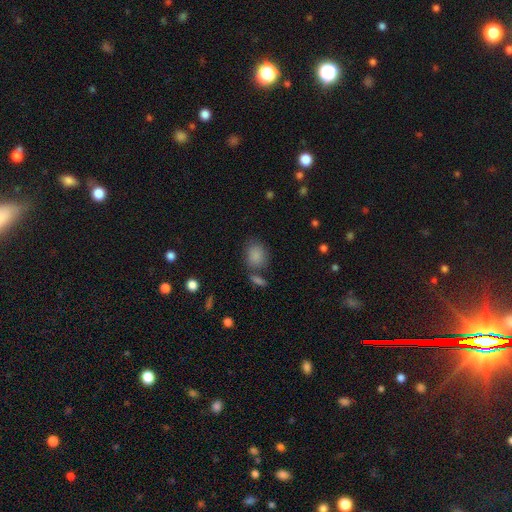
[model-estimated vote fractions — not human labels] This appears to be a smooth galaxy with no disk features (86%) that is in between round and cigar-shaped (52%). Merging: none (66%).